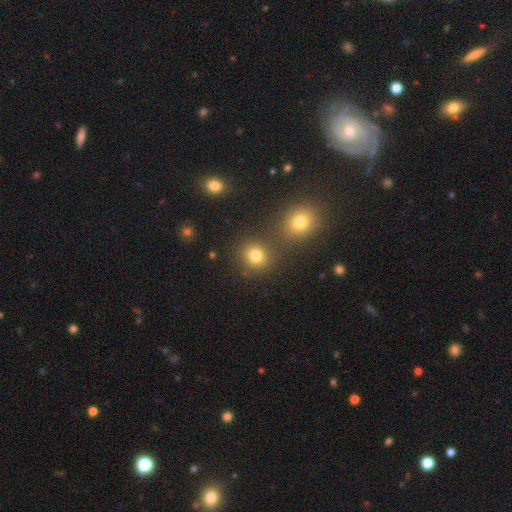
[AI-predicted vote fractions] smooth 78%, star or artifact 16%, featured or disk 6%. Down the decision tree: how rounded — round (83%); merging — none (74%).